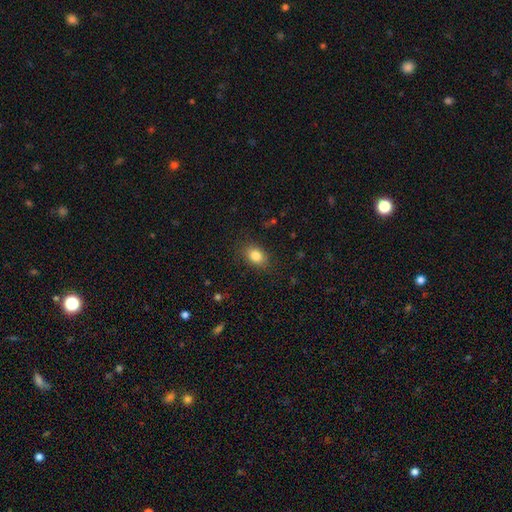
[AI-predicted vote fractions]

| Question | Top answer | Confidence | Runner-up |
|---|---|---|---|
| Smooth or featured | smooth | 83% | star or artifact (10%) |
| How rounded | in between | 72% | round (27%) |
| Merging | none | 84% | minor disturbance (12%) |